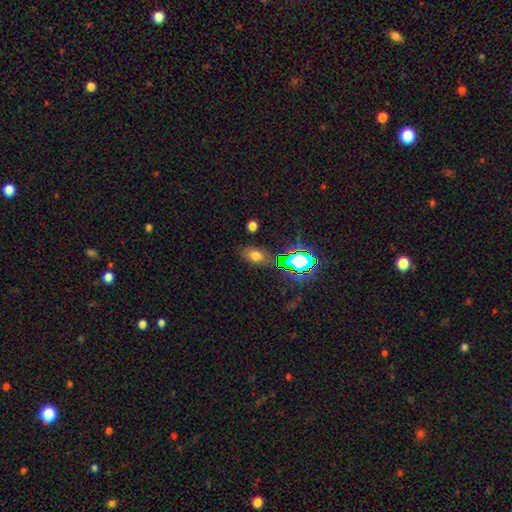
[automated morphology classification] Smooth or featured?
  - smooth: 67% *
  - star or artifact: 22%
  - featured or disk: 11%
How rounded?
  - in between: 85% *
  - round: 10%
  - cigar-shaped: 5%
Merging?
  - none: 78% *
  - minor disturbance: 14%
  - major disturbance: 4%
  - merger: 4%